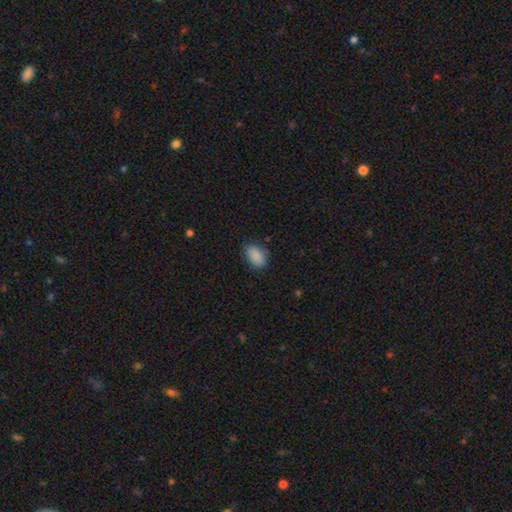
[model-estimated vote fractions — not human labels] smooth_or_featured: smooth (p=0.89) [alt: star or artifact p=0.08]
how_rounded: in between (p=0.89) [alt: round p=0.09]
merging: none (p=0.80) [alt: minor disturbance p=0.15]